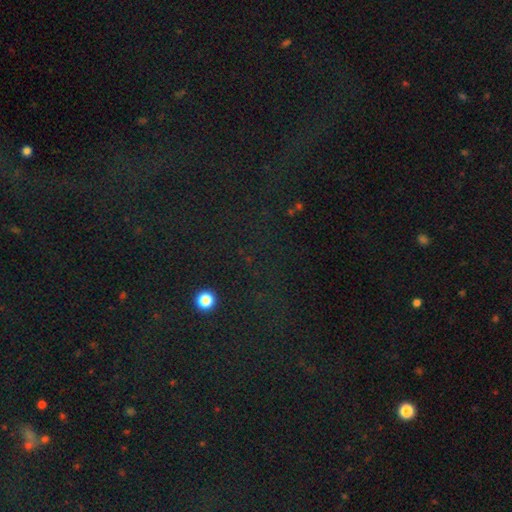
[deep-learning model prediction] smooth_or_featured: star or artifact (p=0.78) [alt: smooth p=0.13]